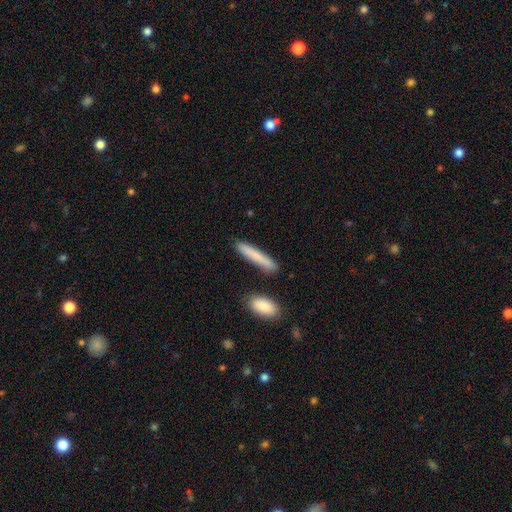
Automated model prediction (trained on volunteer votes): smooth_or_featured: smooth (p=0.79) [alt: featured or disk p=0.15]
how_rounded: cigar-shaped (p=0.92) [alt: in between p=0.06]
merging: none (p=0.86) [alt: minor disturbance p=0.09]